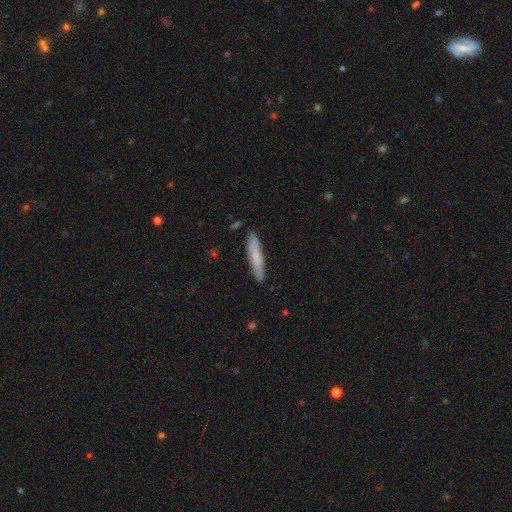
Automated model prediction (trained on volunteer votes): Smooth or featured?
  - smooth: 75% *
  - featured or disk: 19%
  - star or artifact: 6%
How rounded?
  - cigar-shaped: 91% *
  - in between: 7%
  - round: 1%
Merging?
  - none: 87% *
  - minor disturbance: 10%
  - major disturbance: 2%
  - merger: 1%